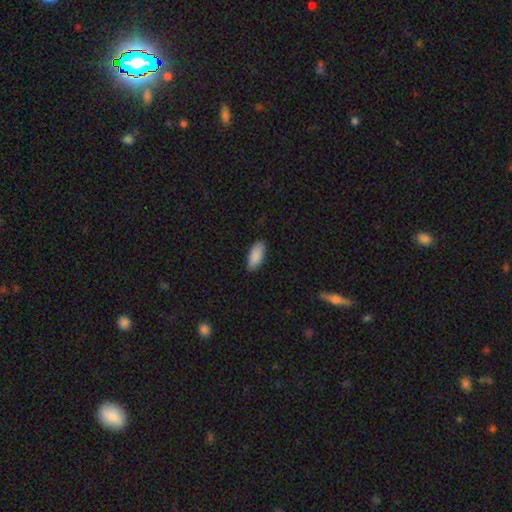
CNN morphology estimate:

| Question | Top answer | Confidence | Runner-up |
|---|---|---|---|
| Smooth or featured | smooth | 89% | star or artifact (6%) |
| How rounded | in between | 87% | cigar-shaped (11%) |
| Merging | none | 85% | minor disturbance (12%) |